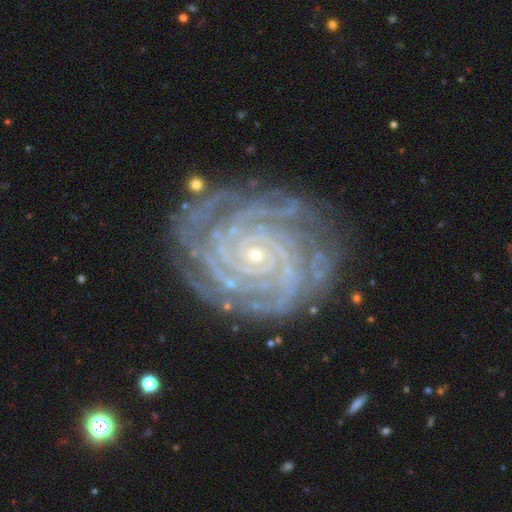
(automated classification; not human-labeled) smooth-or-featured: featured or disk: 91% | star or artifact: 6% | smooth: 3%
  disk-edge-on: no: 98% | yes: 2%
    bar: no: 76% | weak: 15% | strong: 8%
    has-spiral-arms: yes: 99% | no: 1%
      spiral-winding: tight: 87% | medium: 11% | loose: 2%
      spiral-arm-count: more than 4: 27% | 4: 23% | can't tell: 15% | 3: 15% | 2: 12% | 1: 8%
    bulge-size: small: 86% | moderate: 11% | none: 1% | large: 1% | dominant: 1%
  merging: none: 81% | minor disturbance: 14% | major disturbance: 4% | merger: 1%